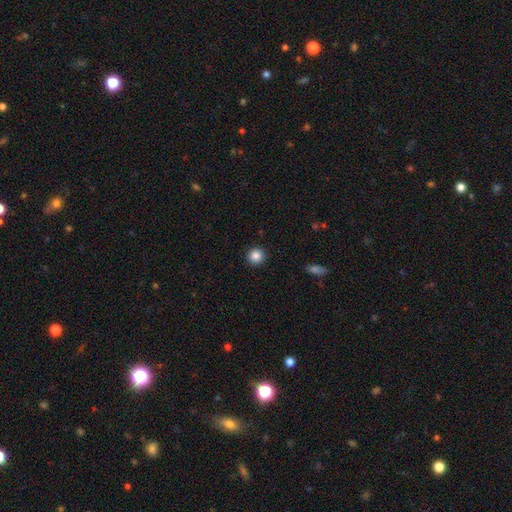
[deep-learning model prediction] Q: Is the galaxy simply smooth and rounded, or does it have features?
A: smooth — 85%.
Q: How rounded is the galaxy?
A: round — 94%.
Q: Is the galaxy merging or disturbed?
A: none — 92%.